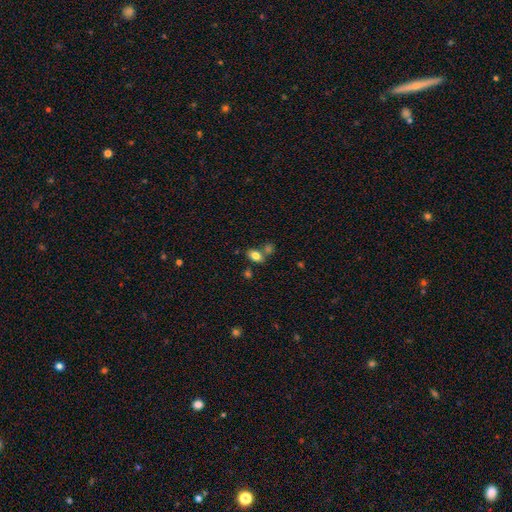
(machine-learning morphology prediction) Overall: smooth (80%). How rounded: in between (83%). Merging: none (60%; merger 23%).